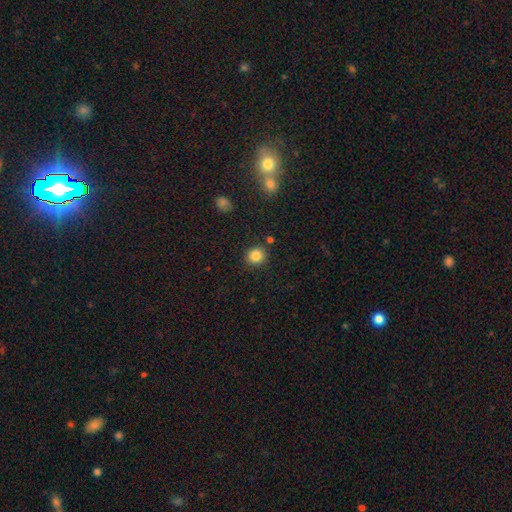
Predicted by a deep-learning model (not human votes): The model was most divided on "smooth or featured": smooth: 84%, star or artifact: 11%, featured or disk: 5%. More confident: how rounded — round (87%); merging — none (85%).